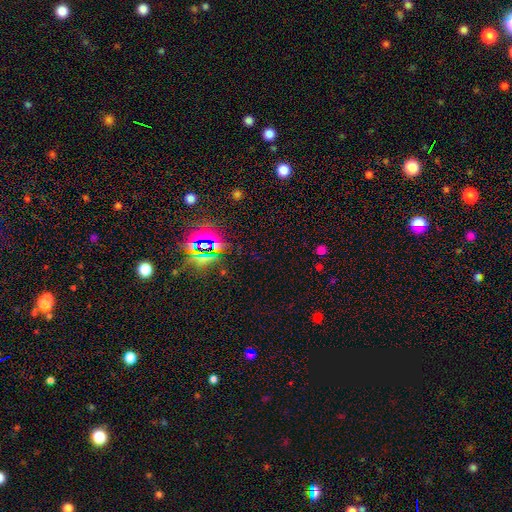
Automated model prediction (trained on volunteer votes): A star or artifact, not a galaxy (77%).